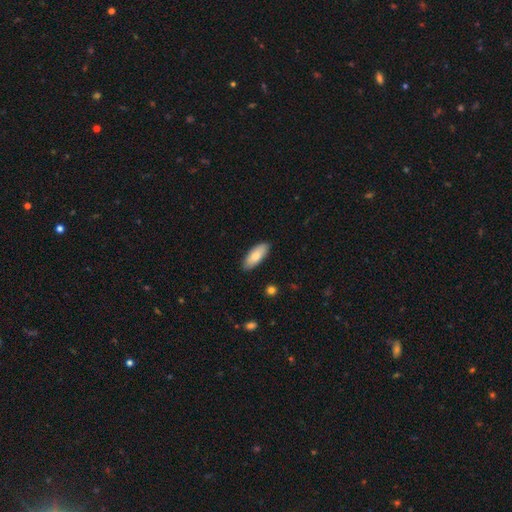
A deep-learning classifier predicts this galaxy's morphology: Smooth or featured: smooth — 80% (featured or disk — 14%)
How rounded: in between — 76% (cigar-shaped — 22%)
Merging: none — 88% (minor disturbance — 9%)